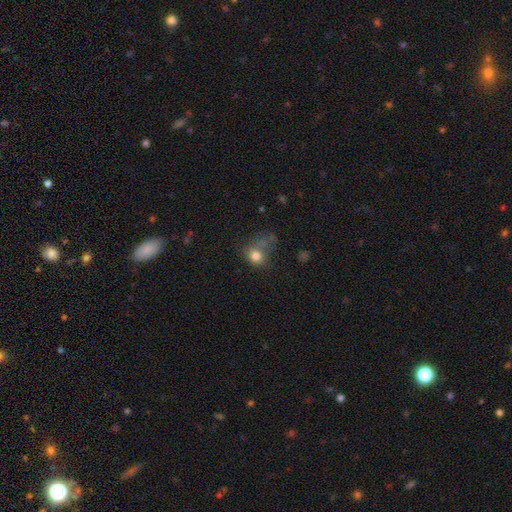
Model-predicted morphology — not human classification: smooth_or_featured: smooth (p=0.77) [alt: star or artifact p=0.12]
how_rounded: round (p=0.61) [alt: in between p=0.38]
merging: none (p=0.37) [alt: major disturbance p=0.26]